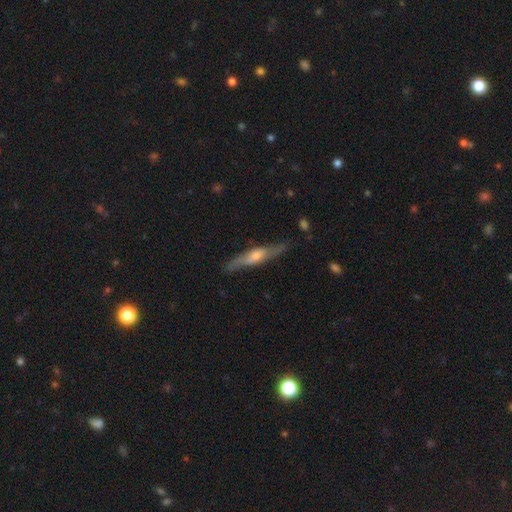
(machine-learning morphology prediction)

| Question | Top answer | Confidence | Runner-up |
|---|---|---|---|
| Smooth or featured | featured or disk | 64% | smooth (30%) |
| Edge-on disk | yes | 87% | no (13%) |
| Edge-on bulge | rounded | 79% | none (10%) |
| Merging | none | 82% | minor disturbance (14%) |